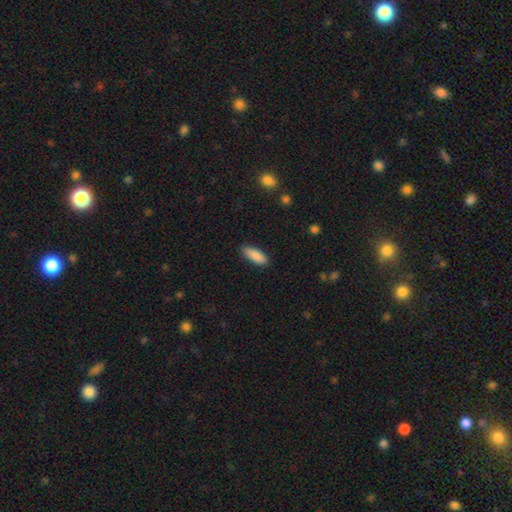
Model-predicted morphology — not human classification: This appears to be a smooth galaxy with no disk features (89%) that is in between round and cigar-shaped (67%). Merging: none (88%).